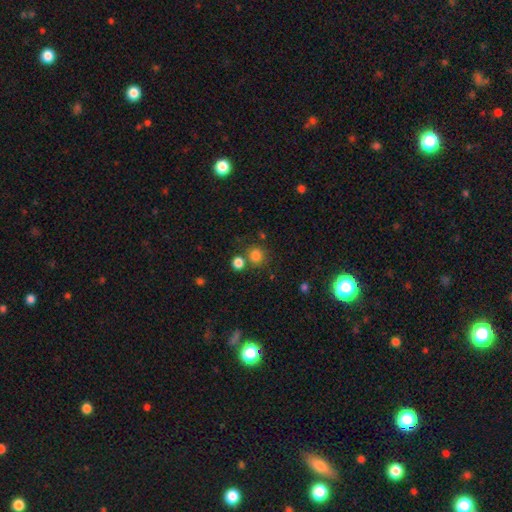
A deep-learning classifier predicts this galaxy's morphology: smooth 81%, star or artifact 14%, featured or disk 5%. Down the decision tree: how rounded — round (90%); merging — none (74%).